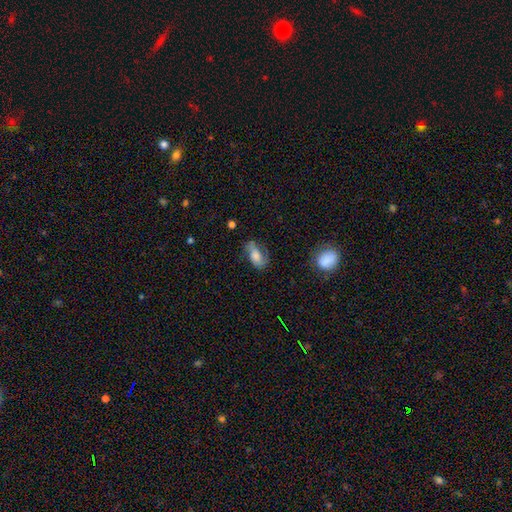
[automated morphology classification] smooth 53%, featured or disk 38%, star or artifact 9%. Down the decision tree: how rounded — in between (85%); merging — none (57%).